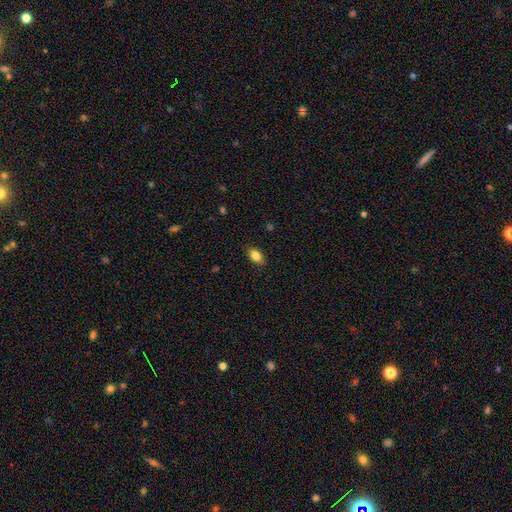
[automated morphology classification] Smooth or featured? smooth (85%)
How rounded? in between (89%)
Merging? none (88%)